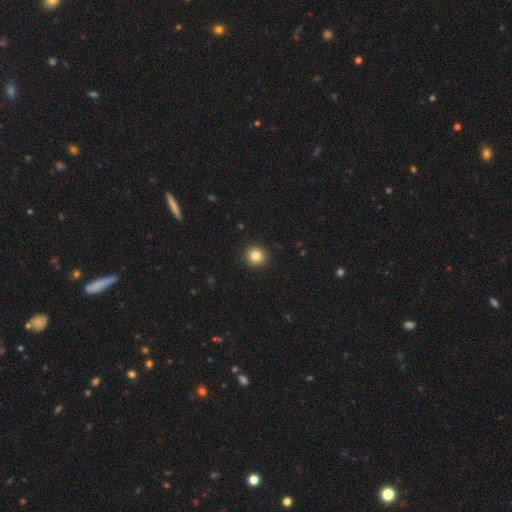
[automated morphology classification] A smooth galaxy with no disk features (84%) that is round (92%). Merging: none (92%).